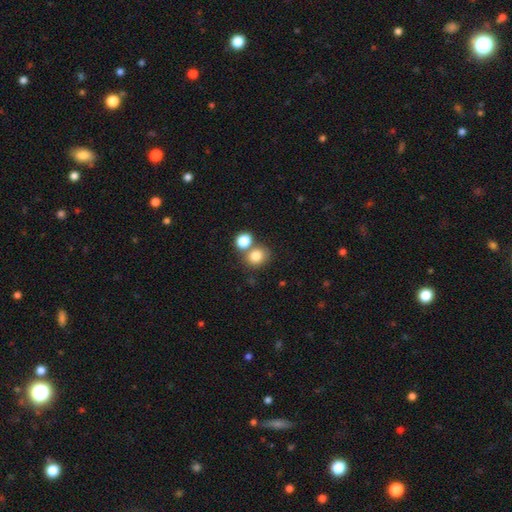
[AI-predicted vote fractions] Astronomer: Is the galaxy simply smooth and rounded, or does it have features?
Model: smooth — 81%.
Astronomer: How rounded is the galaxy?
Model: round — 68%.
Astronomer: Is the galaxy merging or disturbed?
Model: none — 54% (runner-up: merger, 33%).